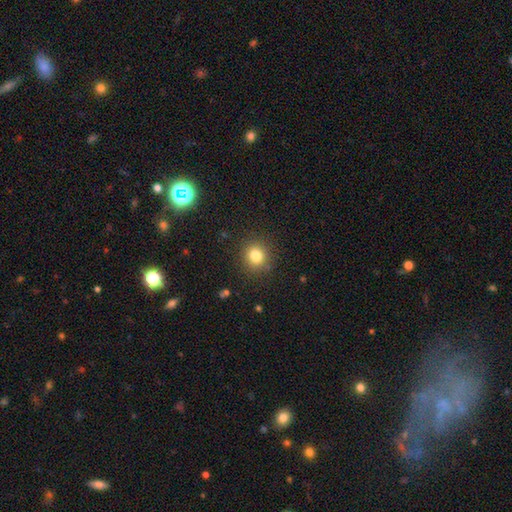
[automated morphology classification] smooth 81%, star or artifact 13%, featured or disk 7%. Down the decision tree: how rounded — round (88%); merging — none (88%).